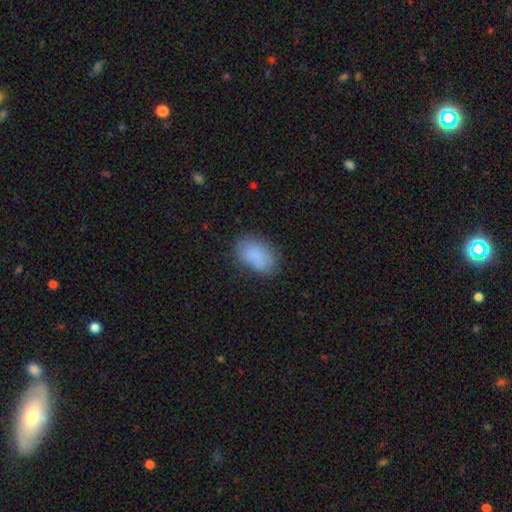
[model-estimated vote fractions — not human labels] A smooth galaxy with no disk features (85%) that is in between round and cigar-shaped (89%). Merging: none (68%).